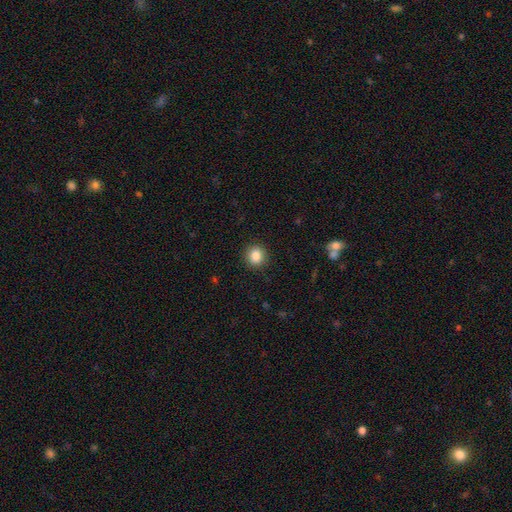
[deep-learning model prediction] smooth_or_featured: smooth (p=0.86) [alt: star or artifact p=0.10]
how_rounded: round (p=0.87) [alt: in between p=0.12]
merging: none (p=0.91) [alt: minor disturbance p=0.06]